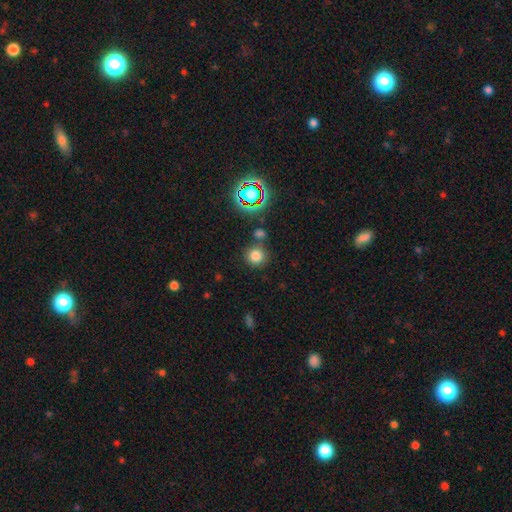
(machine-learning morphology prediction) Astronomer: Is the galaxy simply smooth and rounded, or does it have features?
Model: smooth — 76%.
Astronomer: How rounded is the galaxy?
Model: round — 91%.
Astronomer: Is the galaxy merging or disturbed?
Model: none — 74%.